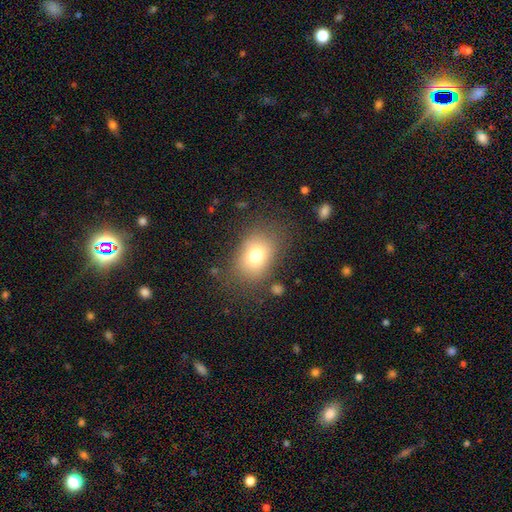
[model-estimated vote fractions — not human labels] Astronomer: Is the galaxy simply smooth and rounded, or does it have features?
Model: smooth — 74%.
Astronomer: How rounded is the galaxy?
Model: in between — 65%.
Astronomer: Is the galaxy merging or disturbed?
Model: none — 74%.